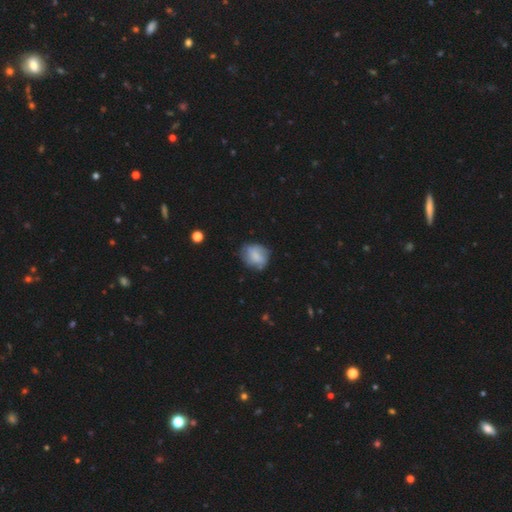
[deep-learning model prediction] smooth_or_featured: smooth (p=0.64) [alt: featured or disk p=0.27]
how_rounded: round (p=0.59) [alt: in between p=0.40]
merging: none (p=0.63) [alt: minor disturbance p=0.26]